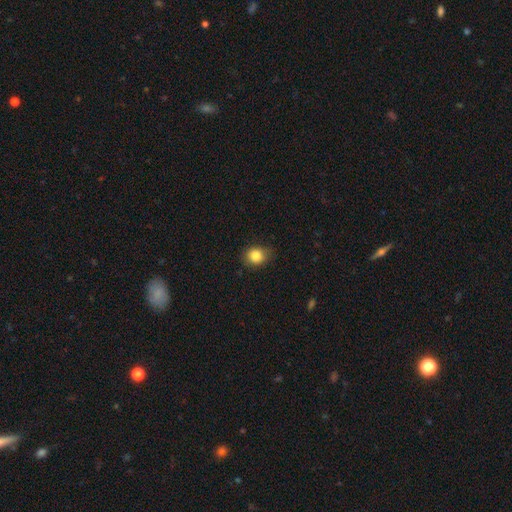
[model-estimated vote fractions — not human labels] The model was most divided on "how rounded": round: 69%, in between: 30%, cigar-shaped: 1%. More confident: smooth or featured — smooth (84%); merging — none (79%).